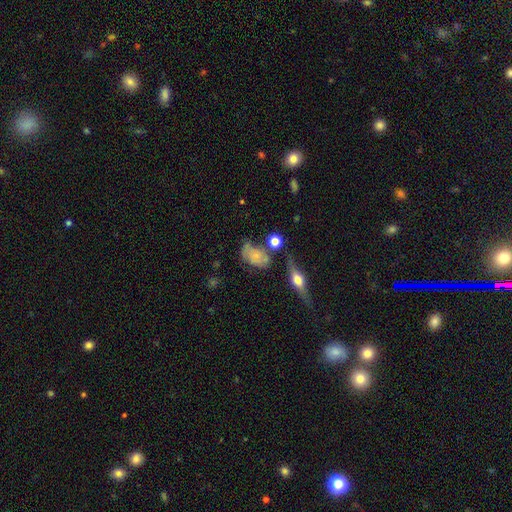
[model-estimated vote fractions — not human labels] Smooth or featured: smooth — 52% (featured or disk — 38%)
How rounded: in between — 78% (round — 19%)
Merging: none — 42% (minor disturbance — 29%)